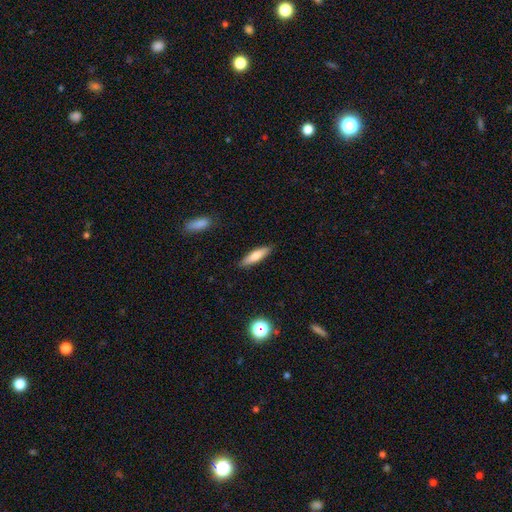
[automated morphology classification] smooth-or-featured: smooth: 72% | featured or disk: 22% | star or artifact: 7%
  how-rounded: cigar-shaped: 66% | in between: 32% | round: 2%
  merging: none: 88% | minor disturbance: 9% | major disturbance: 2% | merger: 1%